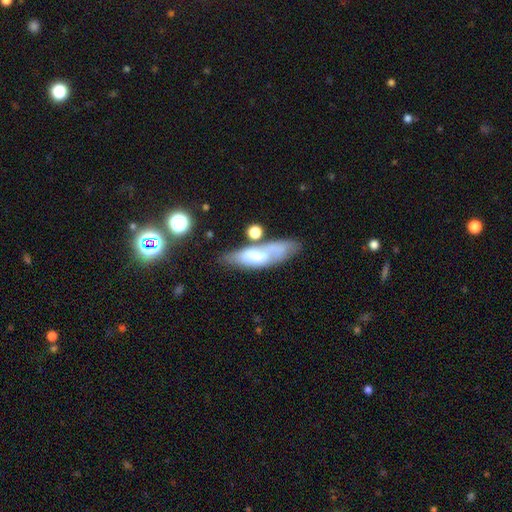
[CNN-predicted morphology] type=smooth (49%); merging=none (50%).